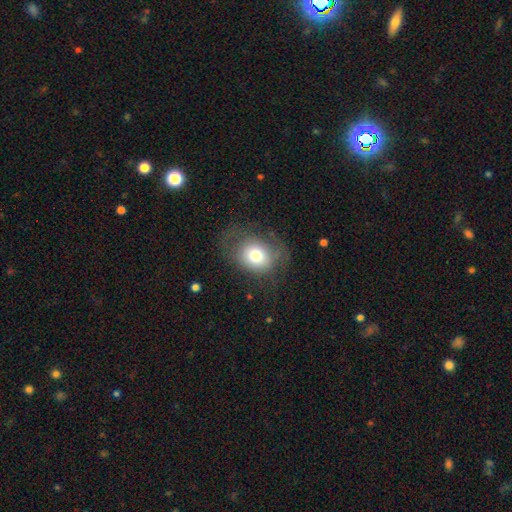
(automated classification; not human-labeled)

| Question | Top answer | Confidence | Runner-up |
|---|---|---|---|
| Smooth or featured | smooth | 71% | featured or disk (18%) |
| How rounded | round | 53% | in between (47%) |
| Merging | none | 59% | minor disturbance (22%) |